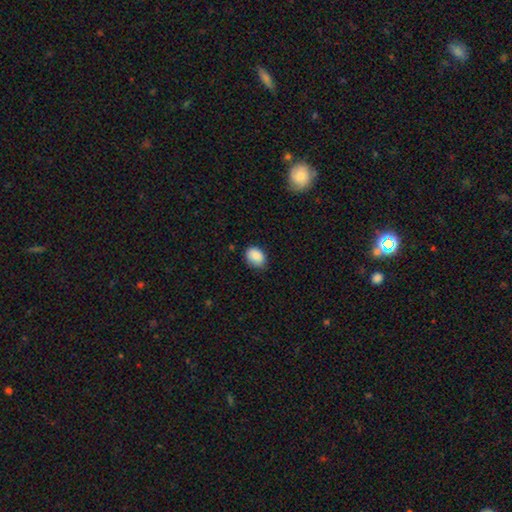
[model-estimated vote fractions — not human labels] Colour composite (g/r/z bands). It shows a smooth galaxy with no disk features (88%) that is in between round and cigar-shaped (72%). Merging: none (75%).